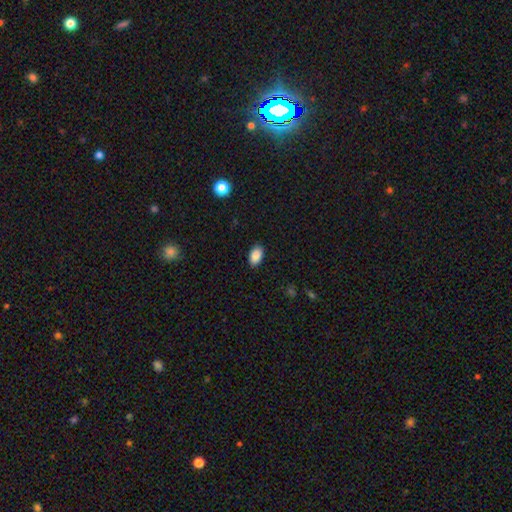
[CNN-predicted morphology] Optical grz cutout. It shows a smooth galaxy with no disk features (89%) that is in between round and cigar-shaped (93%). Merging: none (88%).